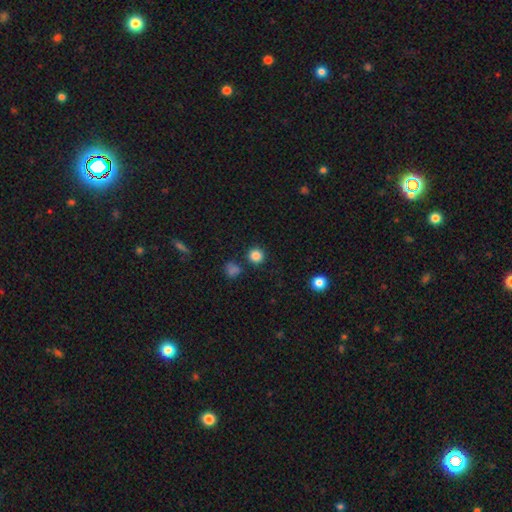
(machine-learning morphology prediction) Smooth or featured: smooth — 84% (star or artifact — 12%)
How rounded: round — 93% (in between — 6%)
Merging: none — 86% (minor disturbance — 7%)